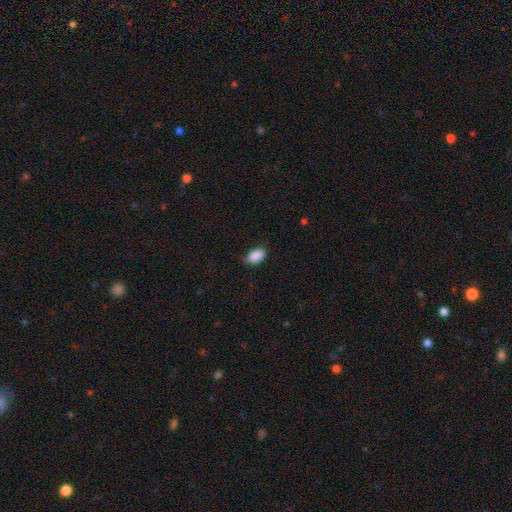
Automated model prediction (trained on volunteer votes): The model was most divided on "merging": none: 74%, minor disturbance: 21%, major disturbance: 4%, merger: 1%. More confident: how rounded — in between (92%); smooth or featured — smooth (89%).